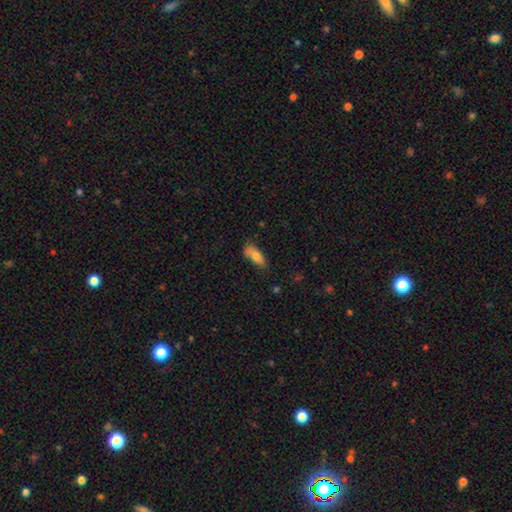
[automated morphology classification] A smooth galaxy with no disk features (77%) that is in between round and cigar-shaped (70%).

Vote fractions:
- Smooth or featured? smooth: 77% / featured or disk: 16% / star or artifact: 7%
- How rounded? in between: 70% / cigar-shaped: 28% / round: 3%
- Merging? none: 65% / minor disturbance: 26% / major disturbance: 6% / merger: 4%